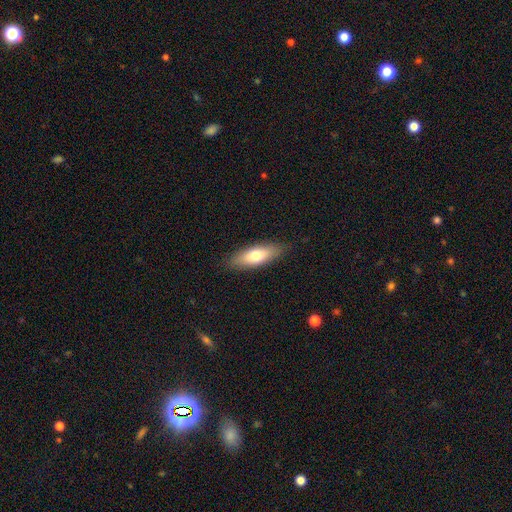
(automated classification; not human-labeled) This is likely a smooth galaxy (69%). How rounded: possibly in between (60%). Merging: clearly none (87%).